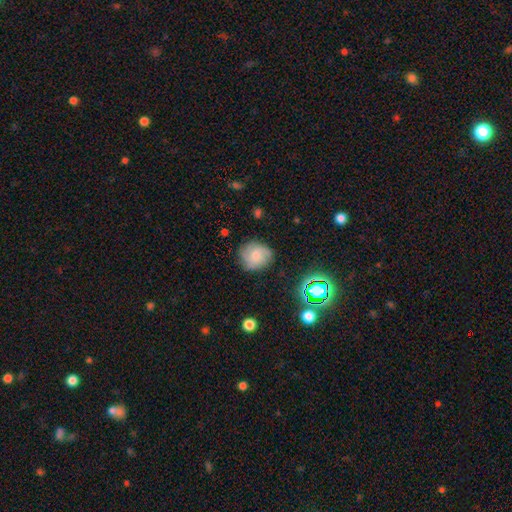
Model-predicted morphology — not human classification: Smooth or featured: smooth — 62% (featured or disk — 26%)
How rounded: round — 81% (in between — 18%)
Merging: none — 74% (minor disturbance — 19%)